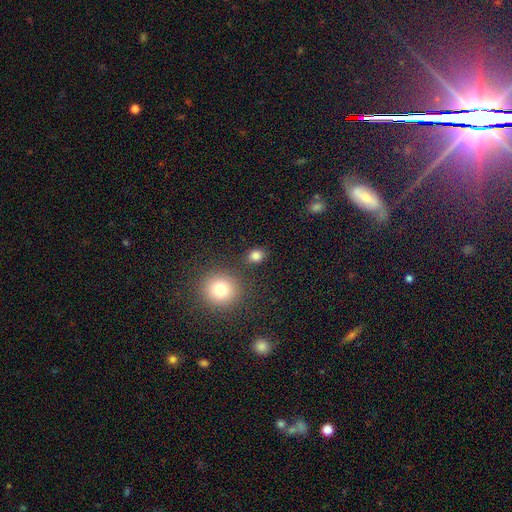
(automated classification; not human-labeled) Smooth or featured?
  - smooth: 83% *
  - star or artifact: 12%
  - featured or disk: 5%
How rounded?
  - round: 59% *
  - in between: 40%
  - cigar-shaped: 1%
Merging?
  - none: 79% *
  - minor disturbance: 10%
  - merger: 7%
  - major disturbance: 4%